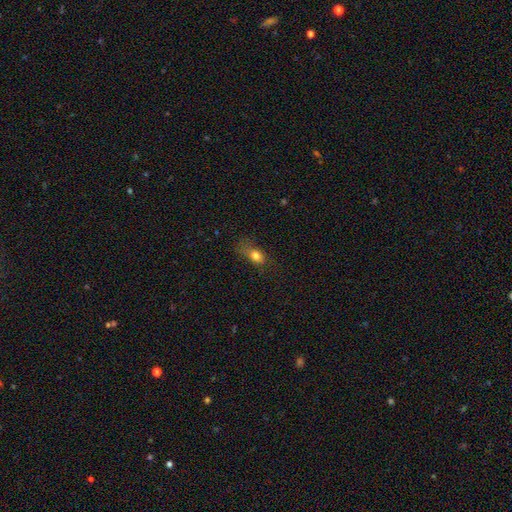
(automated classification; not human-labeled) Morphology: type=smooth (79%); roundness=in between (74%); merging=none (47%).